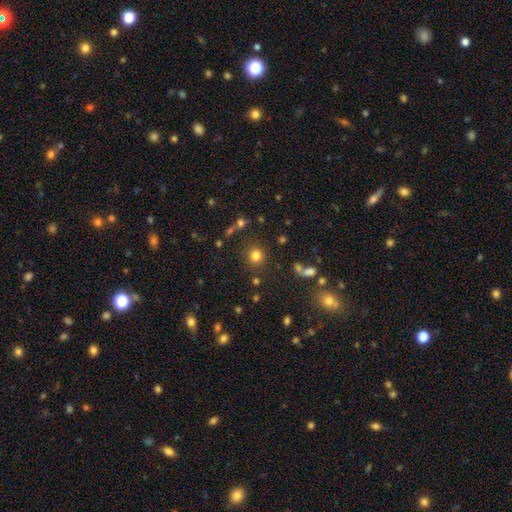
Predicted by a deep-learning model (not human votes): smooth_or_featured: smooth (p=0.78) [alt: star or artifact p=0.16]
how_rounded: round (p=0.89) [alt: in between p=0.10]
merging: none (p=0.83) [alt: minor disturbance p=0.08]